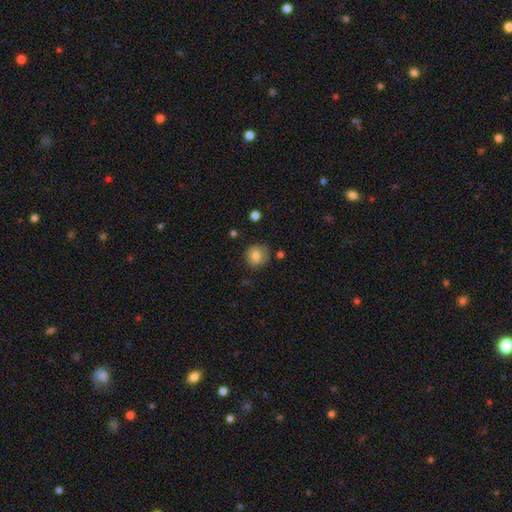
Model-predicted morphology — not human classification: Smooth or featured?
  - smooth: 81% *
  - featured or disk: 10%
  - star or artifact: 9%
How rounded?
  - round: 89% *
  - in between: 11%
  - cigar-shaped: 1%
Merging?
  - none: 81% *
  - minor disturbance: 13%
  - major disturbance: 3%
  - merger: 2%